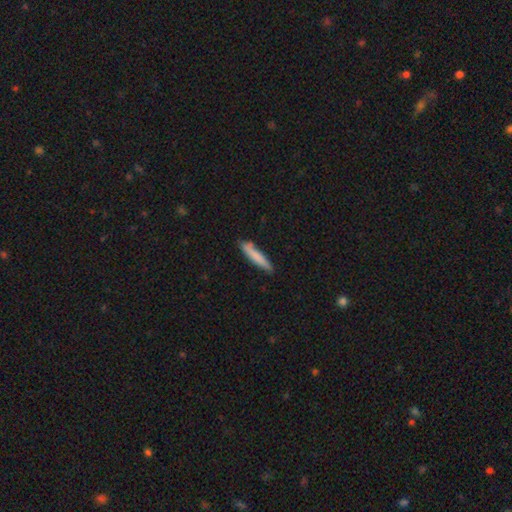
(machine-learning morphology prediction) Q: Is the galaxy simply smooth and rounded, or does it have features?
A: smooth — 78%.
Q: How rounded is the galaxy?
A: cigar-shaped — 91%.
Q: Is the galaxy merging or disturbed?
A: none — 78%.